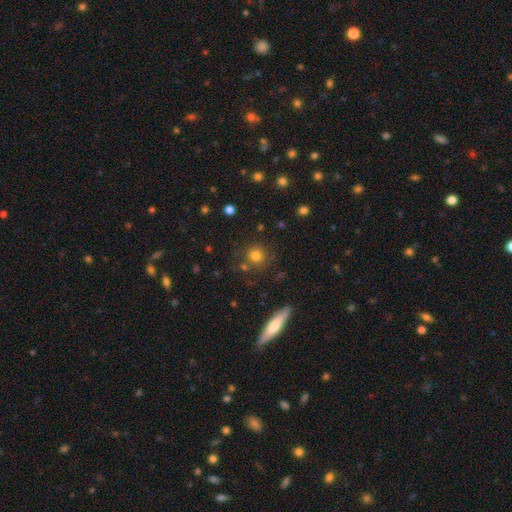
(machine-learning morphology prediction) This appears to be a smooth galaxy with no disk features (77%) that is round (91%). Merging: none (79%).